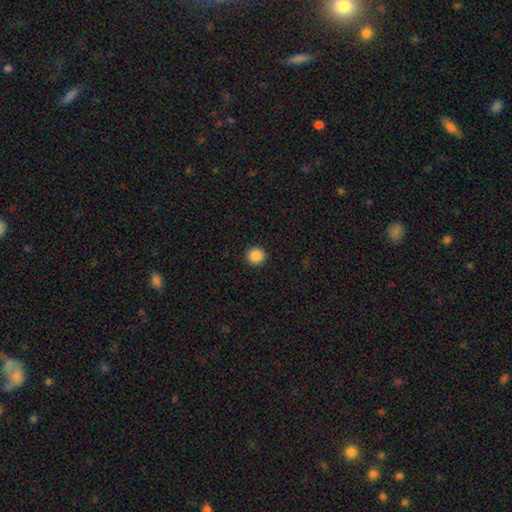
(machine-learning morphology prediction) type=smooth (88%); roundness=round (94%); merging=none (93%).